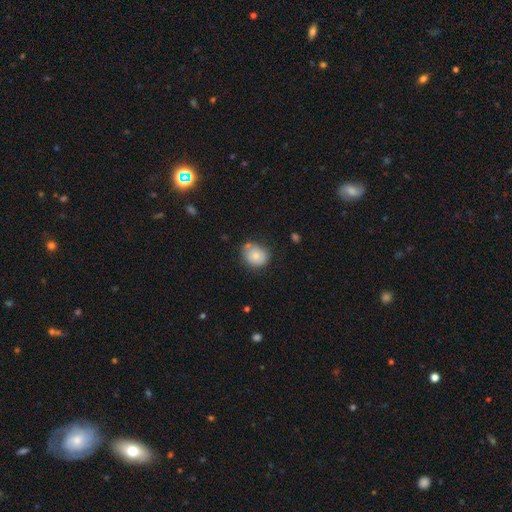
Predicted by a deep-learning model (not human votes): Morphology: type=smooth (78%); roundness=round (64%); merging=none (65%).